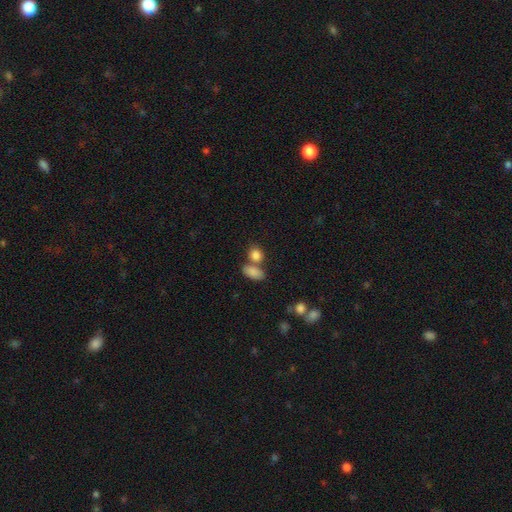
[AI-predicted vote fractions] smooth_or_featured: smooth (p=0.84) [alt: star or artifact p=0.09]
how_rounded: in between (p=0.52) [alt: round p=0.46]
merging: none (p=0.49) [alt: merger p=0.36]